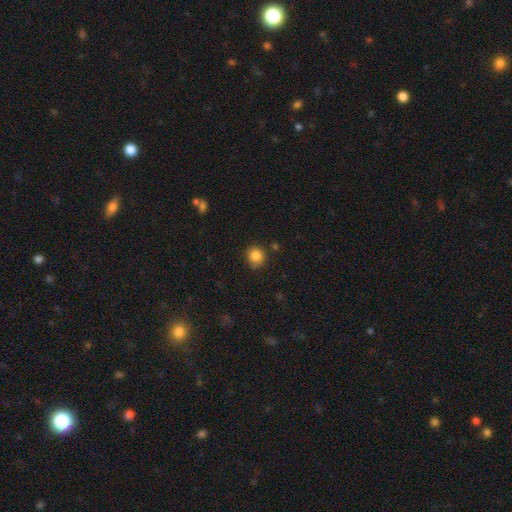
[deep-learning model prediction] Smooth or featured? smooth (85%)
How rounded? round (87%)
Merging? none (81%)